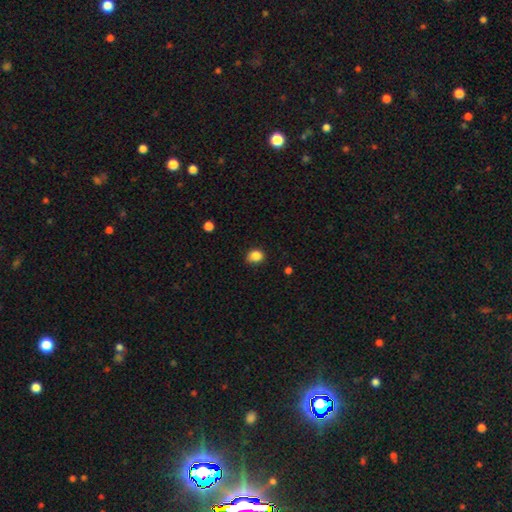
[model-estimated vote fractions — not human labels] Smooth or featured?
  - smooth: 86% *
  - star or artifact: 10%
  - featured or disk: 4%
How rounded?
  - round: 65% *
  - in between: 34%
  - cigar-shaped: 1%
Merging?
  - none: 75% *
  - minor disturbance: 20%
  - major disturbance: 4%
  - merger: 1%